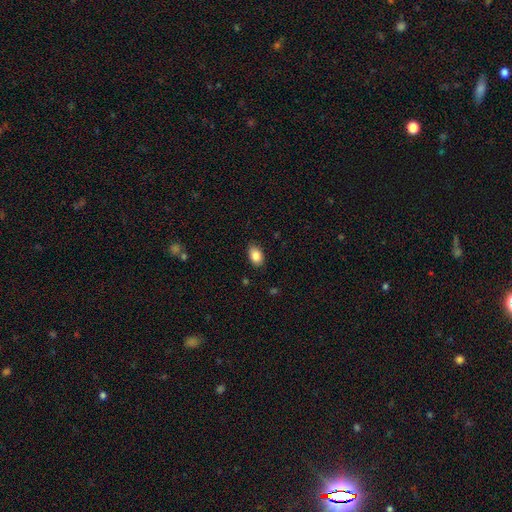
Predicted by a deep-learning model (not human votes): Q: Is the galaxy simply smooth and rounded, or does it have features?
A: smooth — 86%.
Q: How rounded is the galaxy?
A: in between — 87%.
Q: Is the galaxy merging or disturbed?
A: none — 84%.